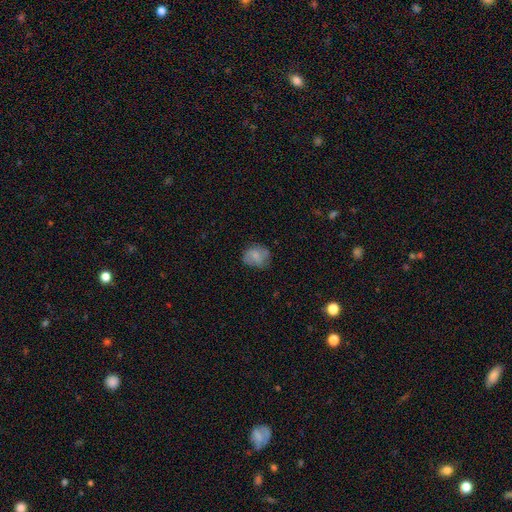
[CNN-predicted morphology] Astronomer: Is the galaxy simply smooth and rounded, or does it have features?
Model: smooth — 69%.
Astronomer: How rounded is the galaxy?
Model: round — 62%.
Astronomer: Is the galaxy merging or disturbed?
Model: none — 68%.